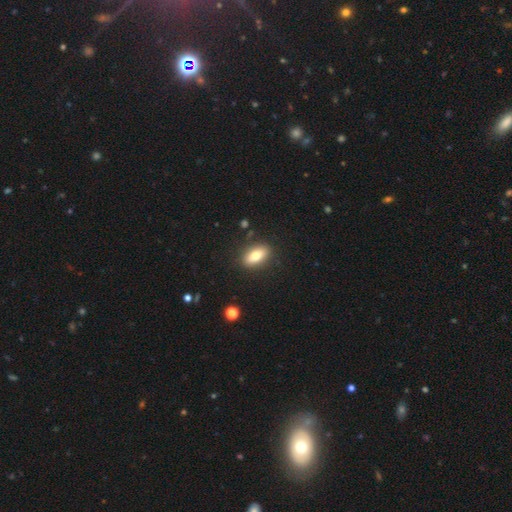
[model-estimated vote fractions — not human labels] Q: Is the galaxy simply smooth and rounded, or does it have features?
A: smooth — 74%.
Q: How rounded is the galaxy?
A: in between — 84%.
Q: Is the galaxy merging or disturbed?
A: none — 86%.